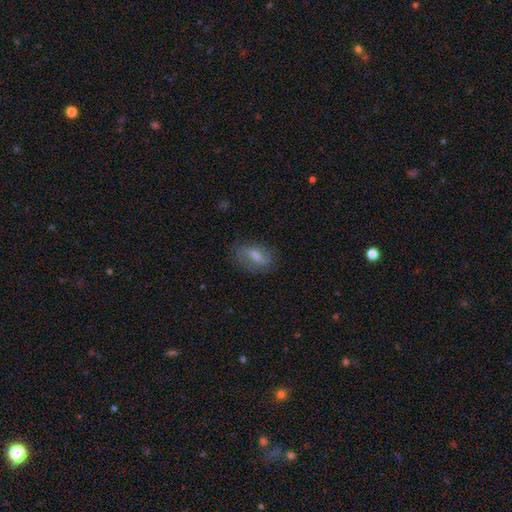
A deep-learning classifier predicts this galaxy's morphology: type=smooth (53%); roundness=in between (70%); merging=none (72%).